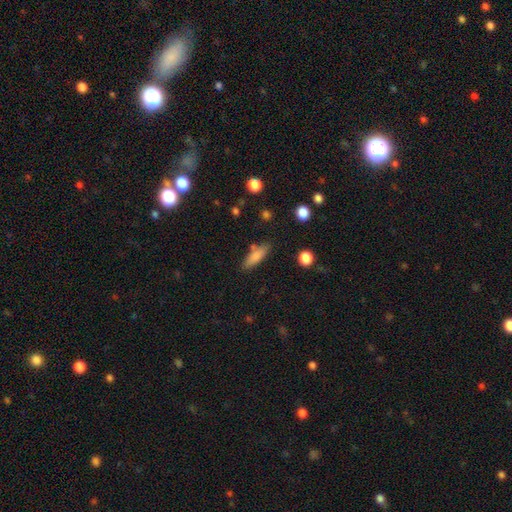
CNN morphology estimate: type=smooth (79%); roundness=cigar-shaped (49%); merging=none (77%).